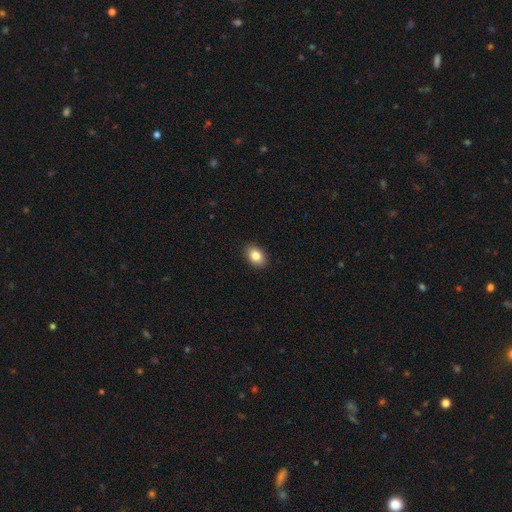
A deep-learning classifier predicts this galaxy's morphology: The model was most divided on "how rounded": in between: 79%, round: 20%, cigar-shaped: 1%. More confident: merging — none (90%); smooth or featured — smooth (85%).